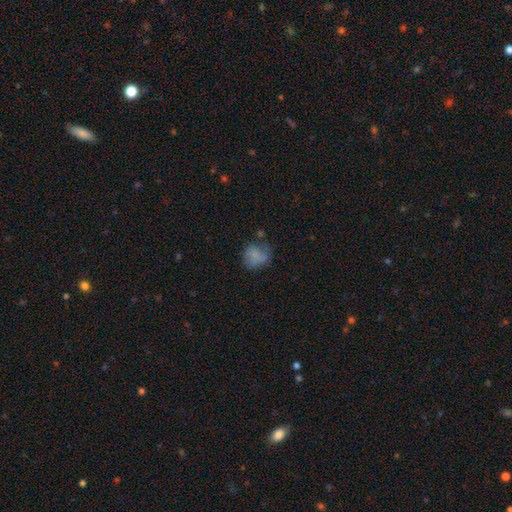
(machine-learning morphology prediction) This is likely a smooth galaxy (68%). How rounded: likely round (63%). Merging: possibly none (48%).